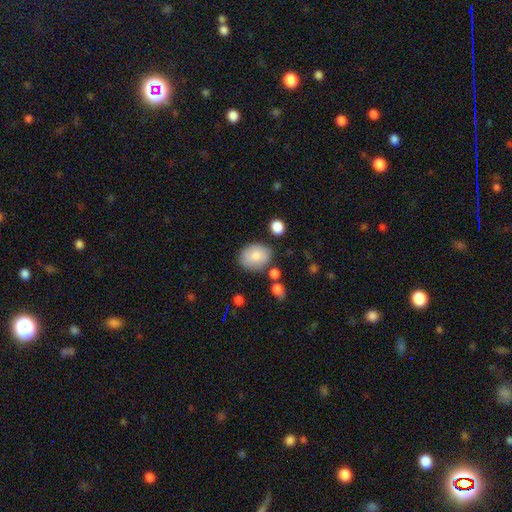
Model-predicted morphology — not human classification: This is clearly a smooth galaxy (82%). How rounded: possibly in between (54%). Merging: likely none (73%).